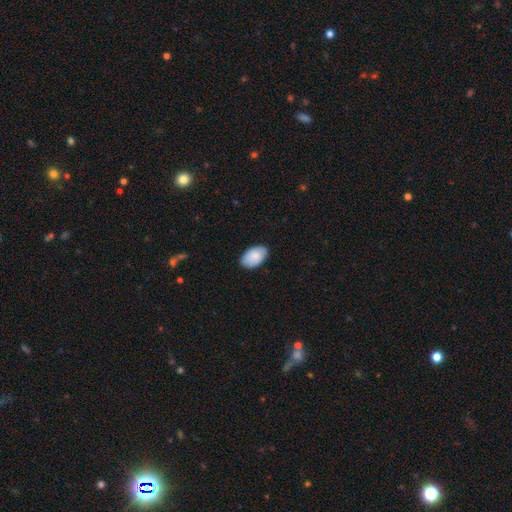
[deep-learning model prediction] A smooth galaxy with no disk features (82%) that is in between round and cigar-shaped (93%). Merging: none (81%).